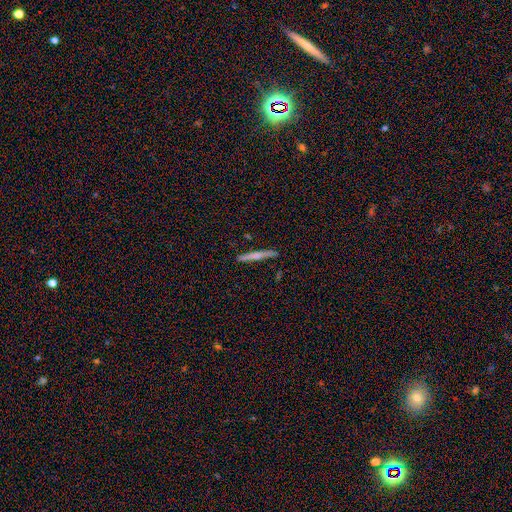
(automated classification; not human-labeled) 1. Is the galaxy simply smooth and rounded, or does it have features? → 54% smooth, 39% featured or disk, 6% star or artifact.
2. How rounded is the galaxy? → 95% cigar-shaped, 3% in between, 2% round.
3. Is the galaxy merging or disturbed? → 85% none, 11% minor disturbance, 2% major disturbance, 2% merger.